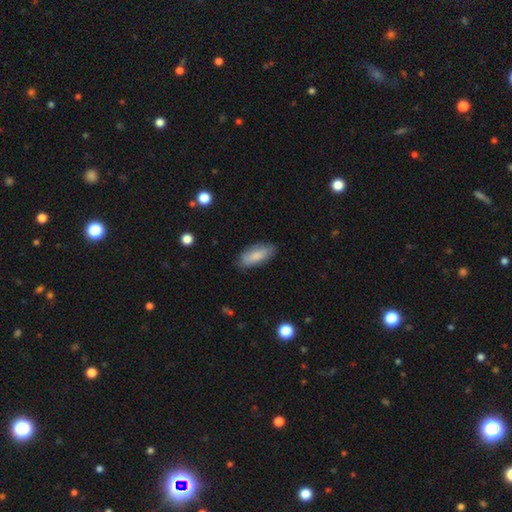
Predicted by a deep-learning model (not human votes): Morphology: type=smooth (82%); roundness=in between (82%); merging=none (80%).